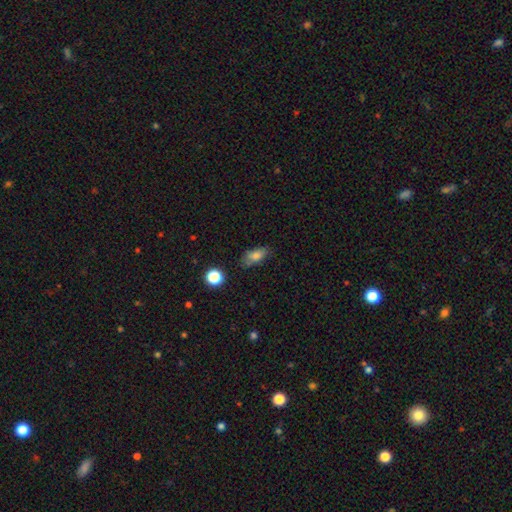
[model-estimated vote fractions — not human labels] This is likely a smooth galaxy (77%). How rounded: likely in between (80%). Merging: likely none (69%).